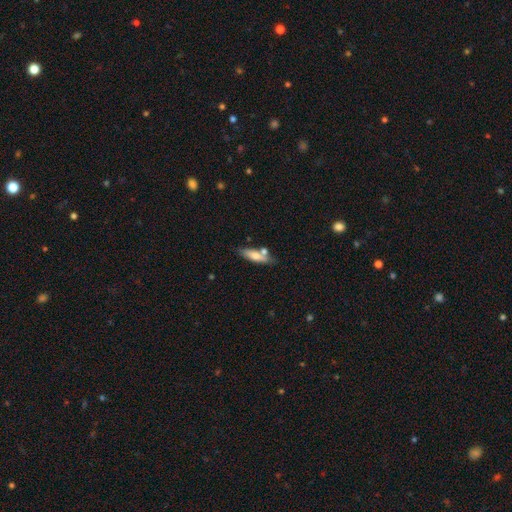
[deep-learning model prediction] Smooth or featured? Predicted: smooth (p=0.66). How rounded? Predicted: cigar-shaped (p=0.58). Merging? Predicted: none (p=0.66).